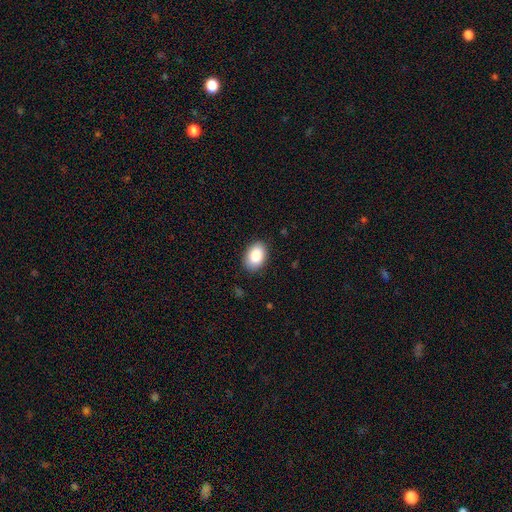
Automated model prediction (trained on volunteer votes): A smooth galaxy with no disk features (87%) that is in between round and cigar-shaped (86%).

Vote fractions:
- Smooth or featured? smooth: 87% / star or artifact: 7% / featured or disk: 6%
- How rounded? in between: 86% / round: 13% / cigar-shaped: 1%
- Merging? none: 87% / minor disturbance: 10% / major disturbance: 2% / merger: 1%